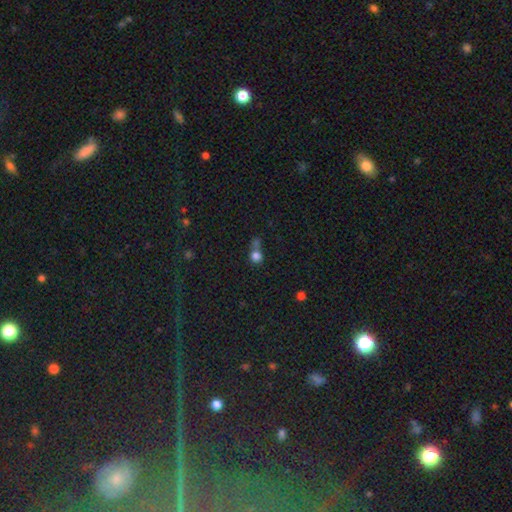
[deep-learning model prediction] Smooth or featured? Predicted: smooth (p=0.77). How rounded? Predicted: round (p=0.83). Merging? Predicted: merger (p=0.46).